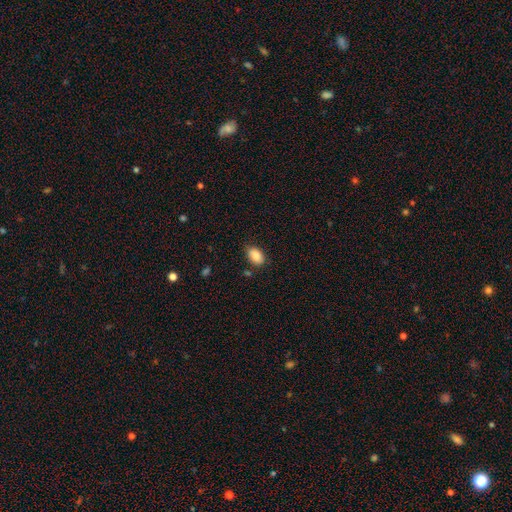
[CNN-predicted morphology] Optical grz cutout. It shows a smooth galaxy with no disk features (88%) that is in between round and cigar-shaped (89%). Merging: none (77%).